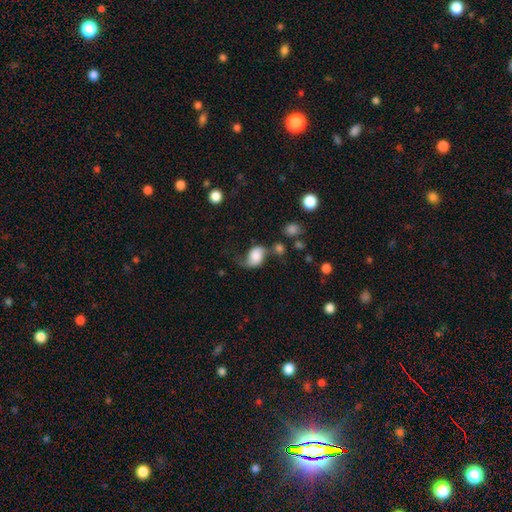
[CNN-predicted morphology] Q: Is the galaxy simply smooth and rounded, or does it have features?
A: smooth — 58%.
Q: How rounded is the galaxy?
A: in between — 66%.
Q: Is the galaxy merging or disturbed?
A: none — 33%.